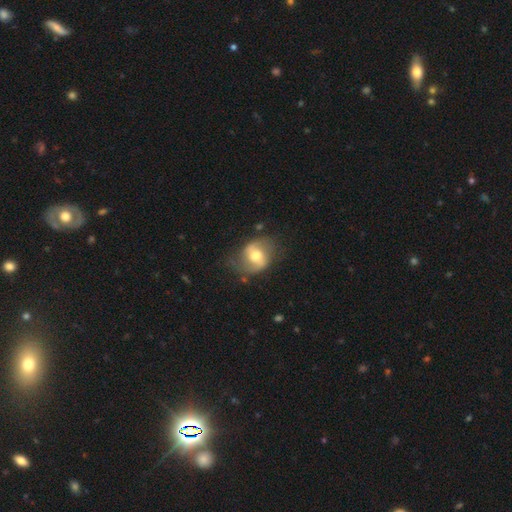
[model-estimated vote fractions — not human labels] smooth-or-featured: featured or disk: 60% | smooth: 34% | star or artifact: 6%
  disk-edge-on: no: 95% | yes: 5%
    bar: weak: 43% | strong: 29% | no: 27%
    has-spiral-arms: yes: 73% | no: 27%
    bulge-size: moderate: 68% | large: 19% | small: 11% | dominant: 2% | none: 1%
  merging: none: 65% | minor disturbance: 22% | major disturbance: 11% | merger: 2%